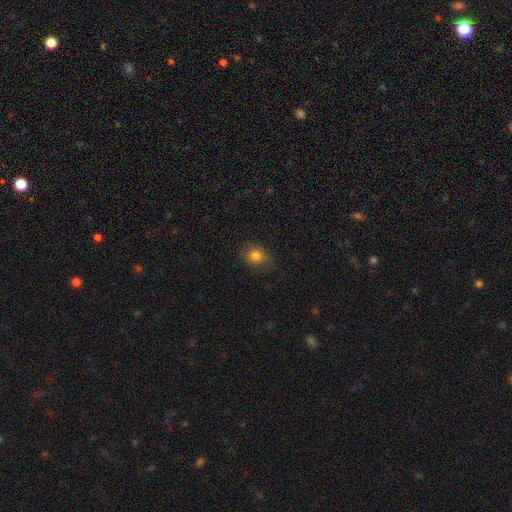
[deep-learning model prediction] This is clearly a smooth galaxy (81%). How rounded: possibly round (55%). Merging: likely none (79%).